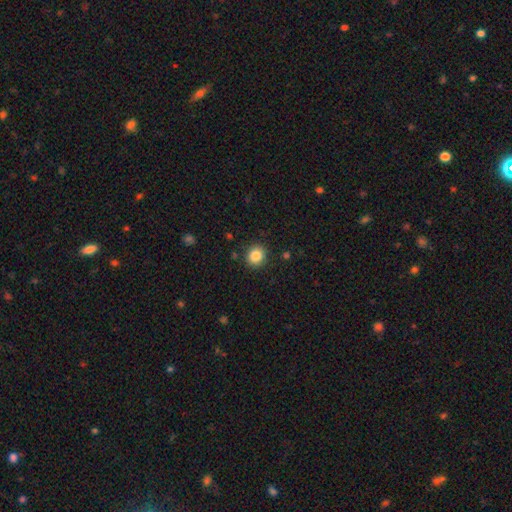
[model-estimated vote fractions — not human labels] Smooth or featured? Predicted: smooth (p=0.85). How rounded? Predicted: round (p=0.84). Merging? Predicted: none (p=0.89).